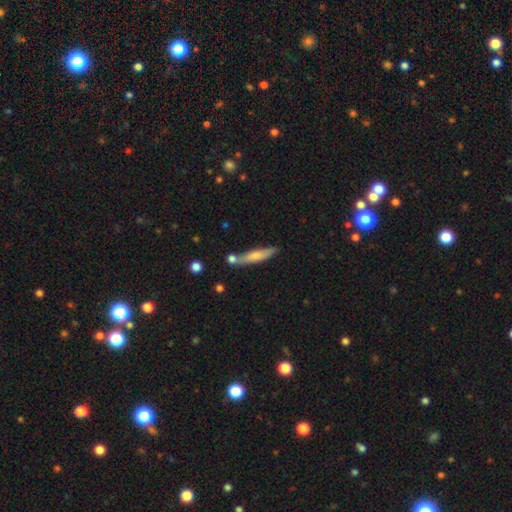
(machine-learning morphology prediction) Smooth or featured? smooth (62%)
How rounded? cigar-shaped (86%)
Merging? none (65%)